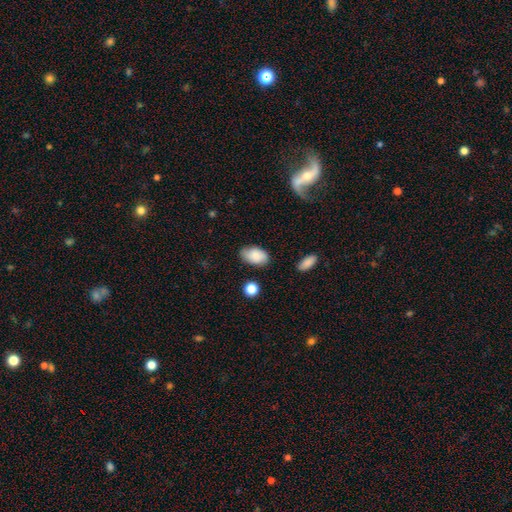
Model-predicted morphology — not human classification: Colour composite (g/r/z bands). It shows a smooth galaxy with no disk features (84%) that is in between round and cigar-shaped (93%). Merging: none (77%).